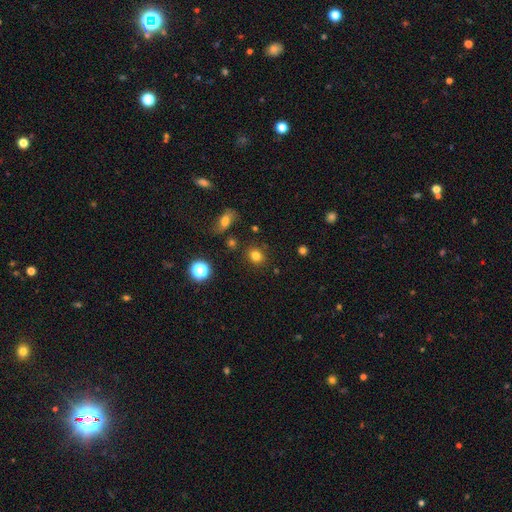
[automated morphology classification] type=smooth (79%); roundness=round (73%); merging=none (85%).